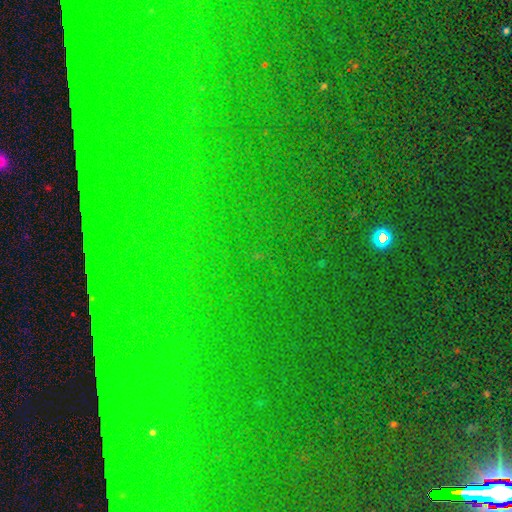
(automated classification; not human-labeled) The model was most divided on "smooth or featured": star or artifact: 83%, smooth: 10%, featured or disk: 7%.